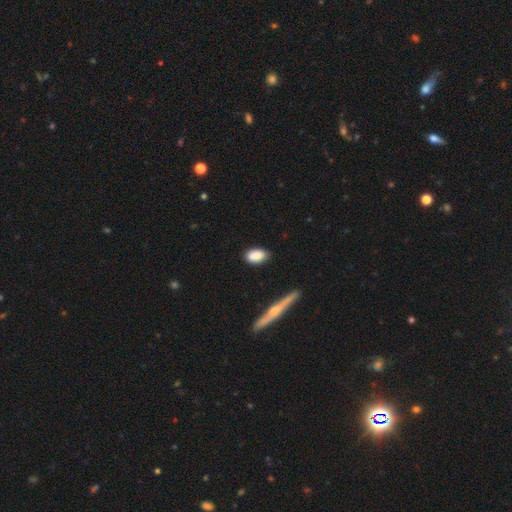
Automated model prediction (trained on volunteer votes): Overall: smooth (86%). How rounded: in between (89%). Merging: none (79%).